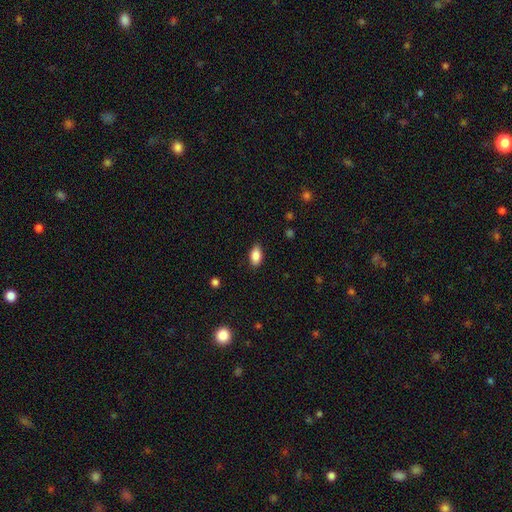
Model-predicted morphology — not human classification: smooth 87%, star or artifact 8%, featured or disk 6%. Down the decision tree: how rounded — in between (91%); merging — none (87%).